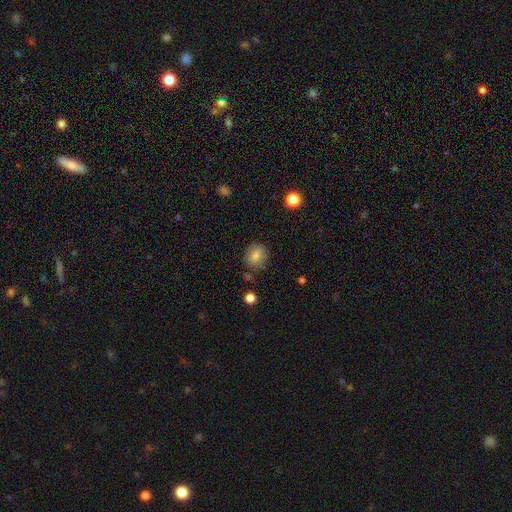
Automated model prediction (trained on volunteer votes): A smooth galaxy with no disk features (79%) that is round (73%). Merging: none (82%).